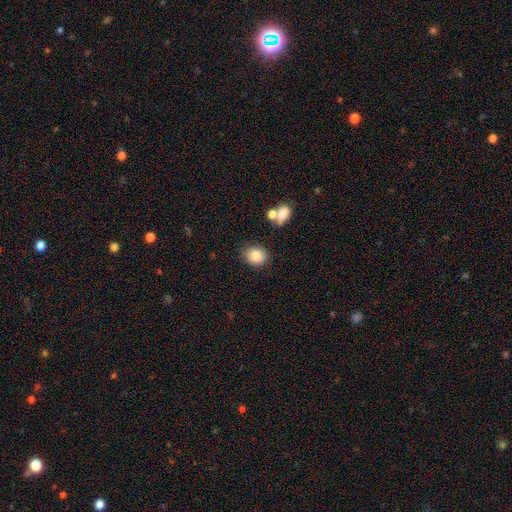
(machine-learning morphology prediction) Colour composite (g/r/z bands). It shows a smooth galaxy with no disk features (83%) that is round (60%). Merging: none (80%).